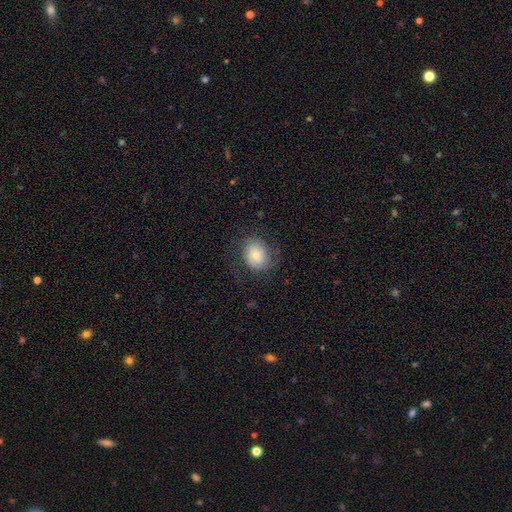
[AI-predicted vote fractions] Smooth or featured? Predicted: smooth (p=0.65). How rounded? Predicted: round (p=0.59). Merging? Predicted: none (p=0.68).